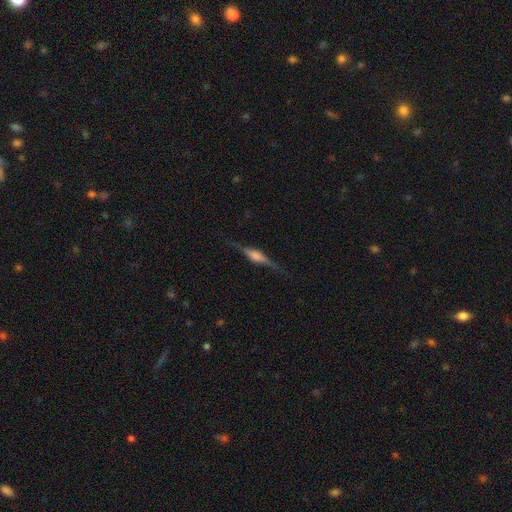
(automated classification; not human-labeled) Q: Smooth or featured?
A: featured or disk (80%); runner-up: smooth (13%)
Q: Edge-on disk?
A: yes (97%); runner-up: no (3%)
Q: Edge-on bulge?
A: rounded (75%); runner-up: boxy (21%)
Q: Merging?
A: none (86%); runner-up: minor disturbance (10%)